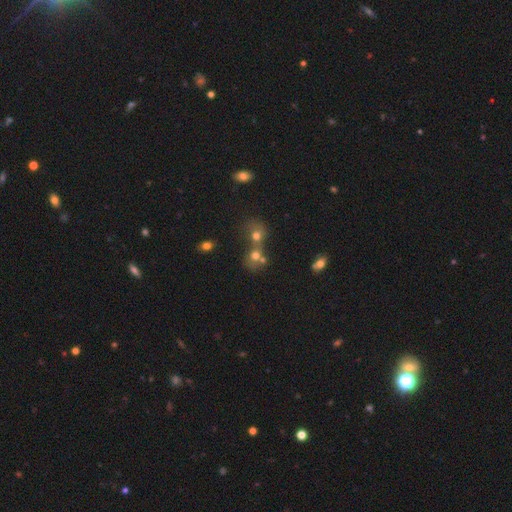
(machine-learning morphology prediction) This appears to be a smooth galaxy with no disk features (65%) that is round (73%). Merging: merger (62%).